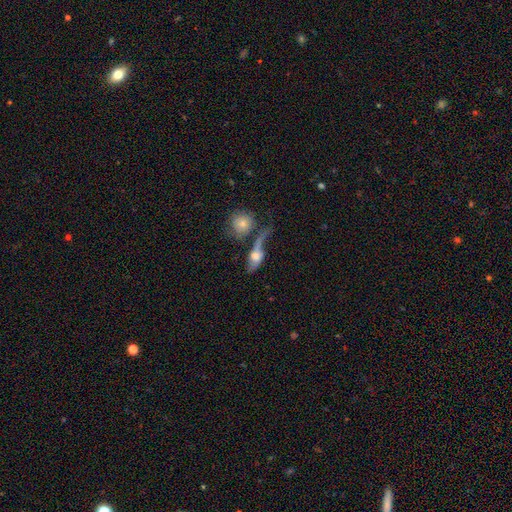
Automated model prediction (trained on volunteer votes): The model was most divided on "smooth or featured": smooth: 47%, featured or disk: 45%, star or artifact: 9%. Remaining: merging — merger (34%).